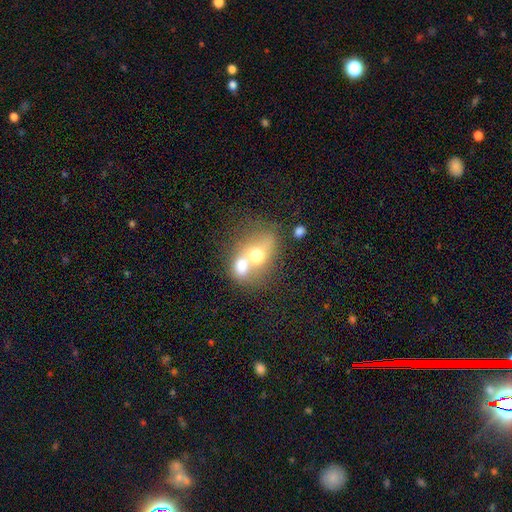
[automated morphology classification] Smooth or featured: smooth — 61% (featured or disk — 29%)
How rounded: in between — 55% (round — 43%)
Merging: merger — 72% (none — 16%)